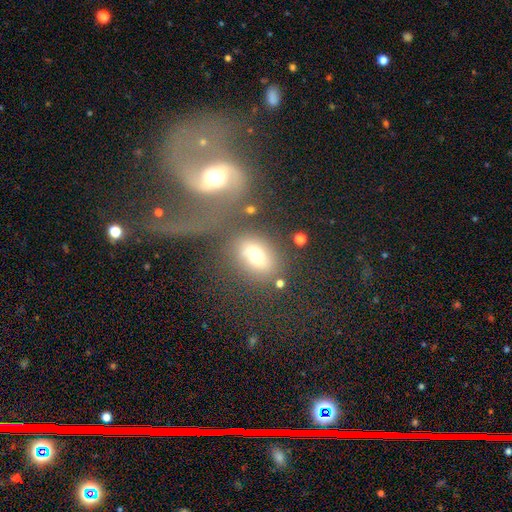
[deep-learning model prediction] Smooth or featured: smooth — 63% (featured or disk — 25%)
How rounded: in between — 66% (round — 31%)
Merging: none — 57% (merger — 20%)